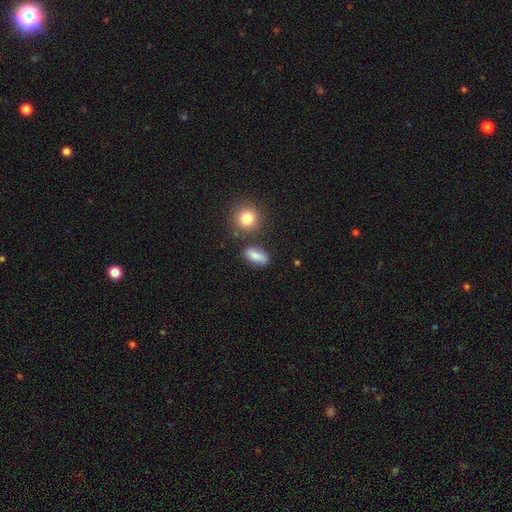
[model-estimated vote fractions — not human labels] smooth 81%, star or artifact 10%, featured or disk 9%. Down the decision tree: how rounded — in between (70%); merging — none (76%).